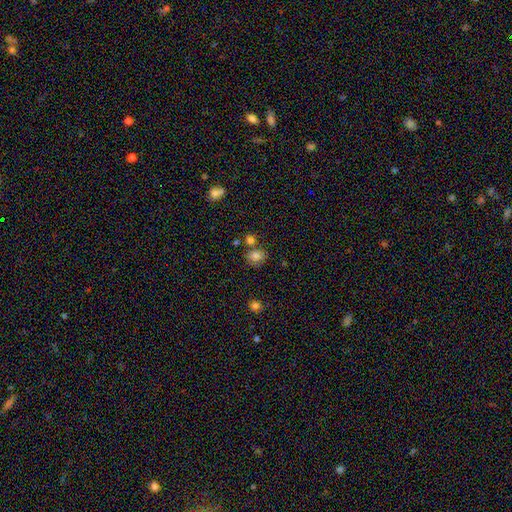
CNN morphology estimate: Smooth or featured? smooth (78%)
How rounded? round (59%)
Merging? none (62%)